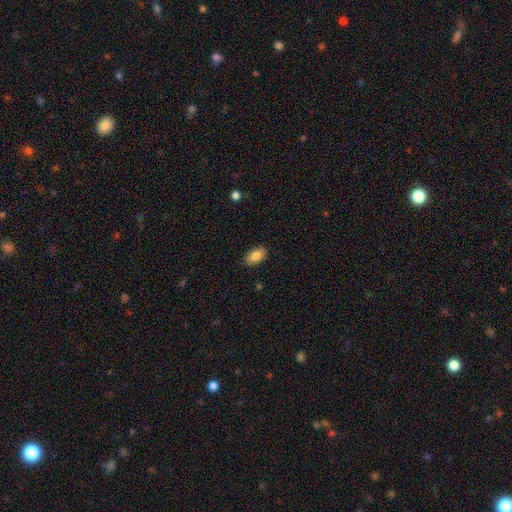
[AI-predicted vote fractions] Q: Smooth or featured?
A: smooth (86%); runner-up: featured or disk (7%)
Q: How rounded?
A: in between (92%); runner-up: round (4%)
Q: Merging?
A: none (87%); runner-up: minor disturbance (10%)